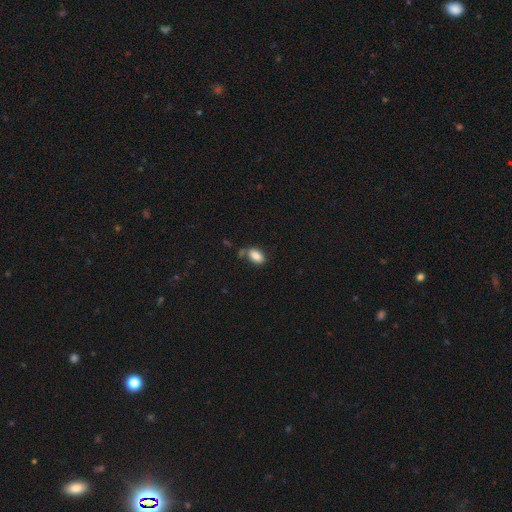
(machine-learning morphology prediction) Smooth or featured? Predicted: smooth (p=0.86). How rounded? Predicted: in between (p=0.91). Merging? Predicted: none (p=0.60).